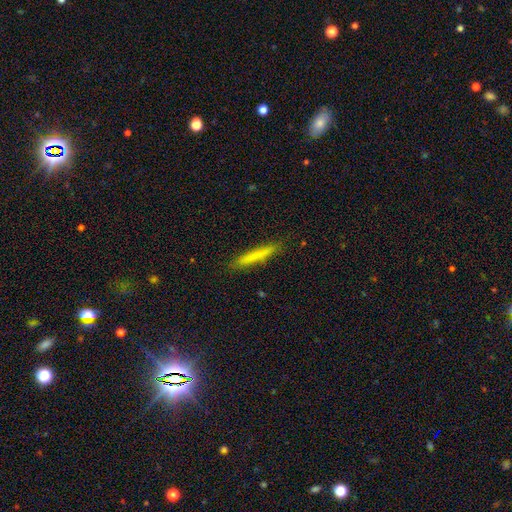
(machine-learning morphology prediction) Smooth or featured? smooth (74%)
How rounded? cigar-shaped (95%)
Merging? none (89%)